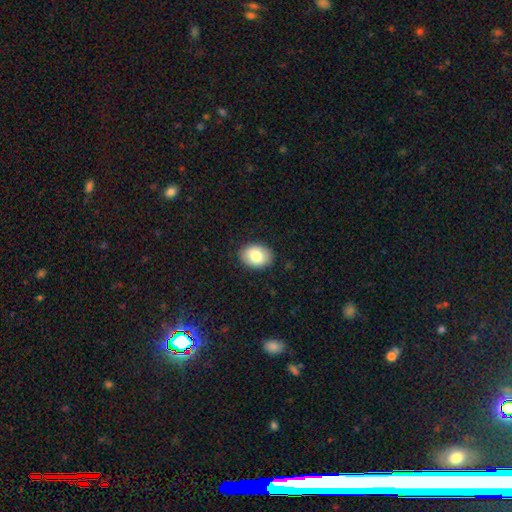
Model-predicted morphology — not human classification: This is clearly a smooth galaxy (82%). How rounded: likely in between (73%). Merging: clearly none (88%).